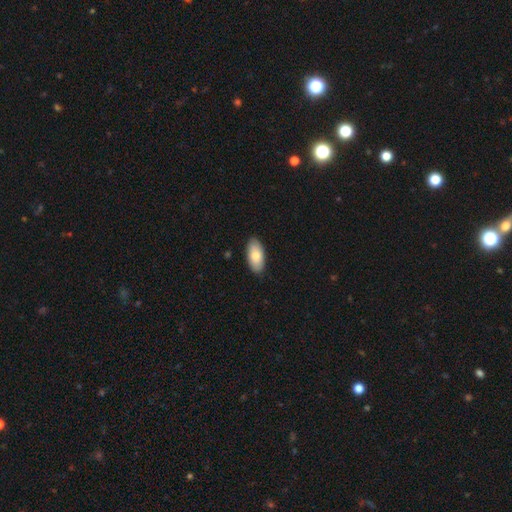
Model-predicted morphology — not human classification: This appears to be a smooth galaxy with no disk features (79%) that is in between round and cigar-shaped (94%). Merging: none (88%).